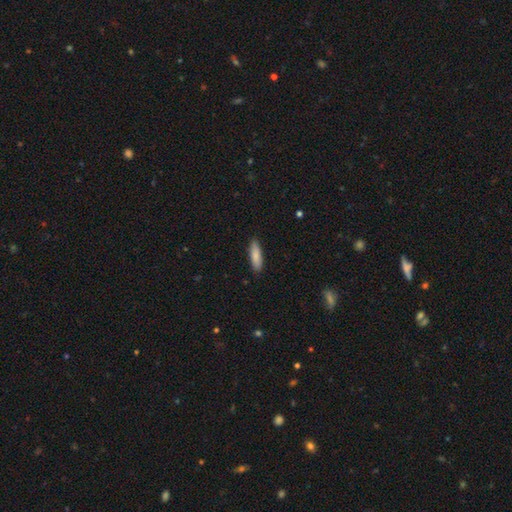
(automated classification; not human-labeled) smooth_or_featured: smooth (p=0.85) [alt: featured or disk p=0.09]
how_rounded: cigar-shaped (p=0.62) [alt: in between p=0.36]
merging: none (p=0.89) [alt: minor disturbance p=0.09]